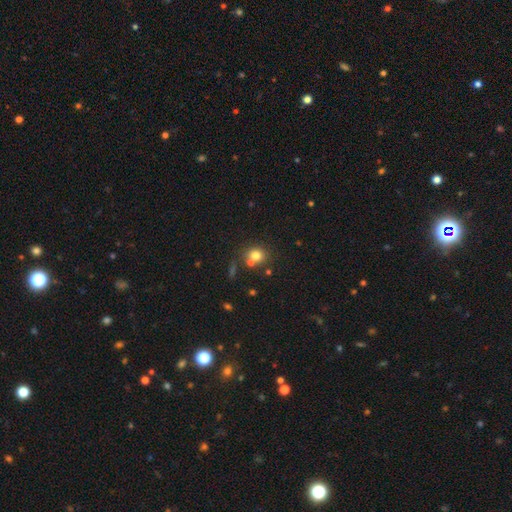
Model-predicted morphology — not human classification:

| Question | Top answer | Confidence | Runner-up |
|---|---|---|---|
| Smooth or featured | smooth | 76% | star or artifact (13%) |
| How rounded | round | 76% | in between (23%) |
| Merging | none | 59% | merger (26%) |